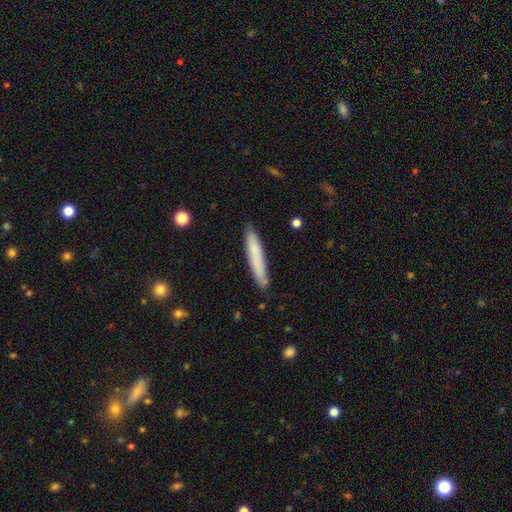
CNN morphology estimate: smooth_or_featured: smooth (p=0.74) [alt: featured or disk p=0.20]
how_rounded: cigar-shaped (p=0.93) [alt: in between p=0.06]
merging: none (p=0.85) [alt: minor disturbance p=0.12]